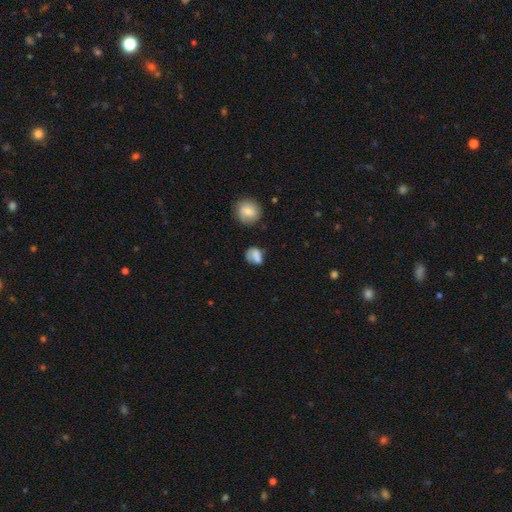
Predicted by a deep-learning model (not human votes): Smooth or featured: smooth — 73% (featured or disk — 16%)
How rounded: round — 54% (in between — 44%)
Merging: none — 51% (minor disturbance — 25%)